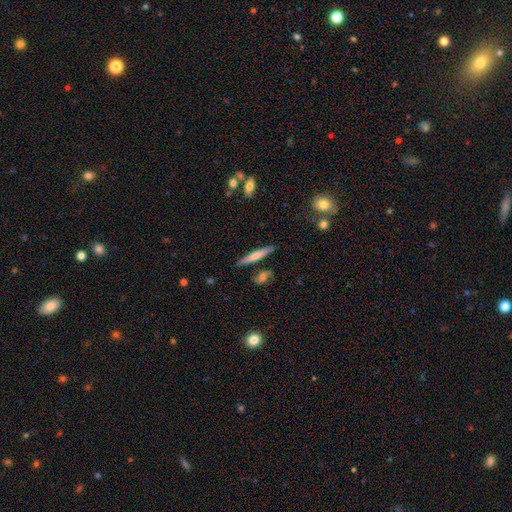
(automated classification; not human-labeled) Smooth or featured?
  - smooth: 54% *
  - featured or disk: 40%
  - star or artifact: 6%
How rounded?
  - cigar-shaped: 92% *
  - in between: 6%
  - round: 2%
Merging?
  - none: 82% *
  - minor disturbance: 10%
  - merger: 6%
  - major disturbance: 2%